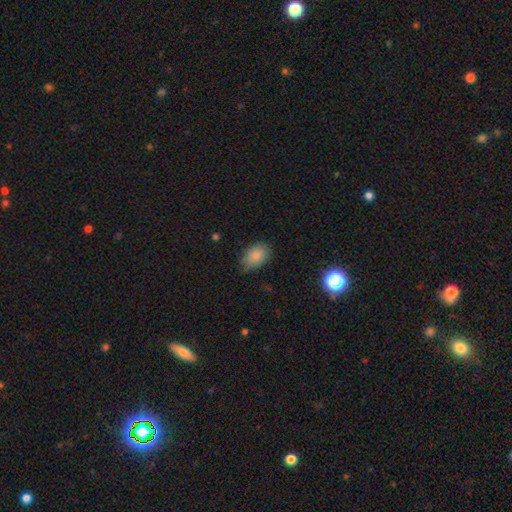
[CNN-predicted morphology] Smooth or featured: smooth — 85% (star or artifact — 9%)
How rounded: in between — 87% (round — 12%)
Merging: none — 73% (minor disturbance — 21%)